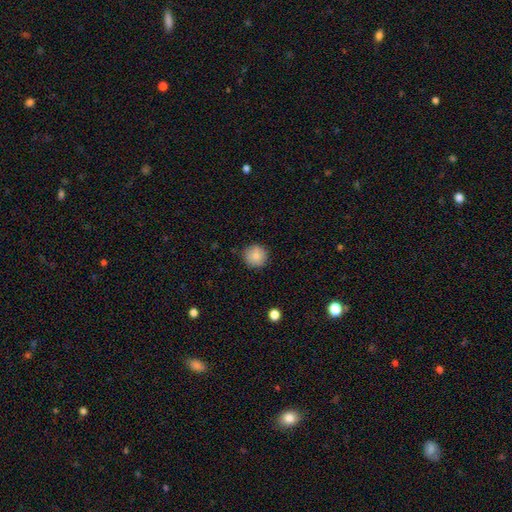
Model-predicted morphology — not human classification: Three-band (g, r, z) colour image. It shows a smooth galaxy with no disk features (85%) that is round (94%). Merging: none (88%).